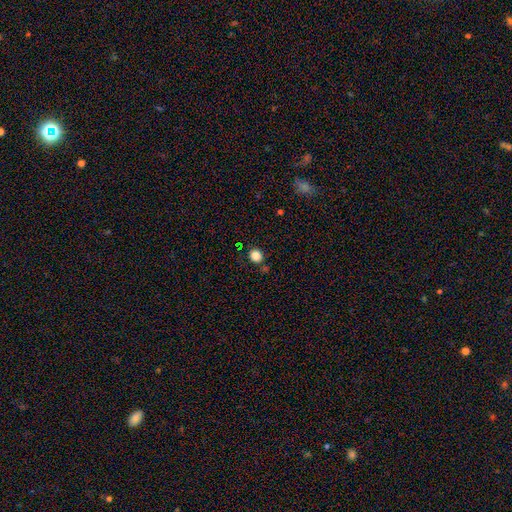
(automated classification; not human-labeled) A smooth galaxy with no disk features (83%) that is round (79%).

Vote fractions:
- Smooth or featured? smooth: 83% / star or artifact: 13% / featured or disk: 4%
- How rounded? round: 79% / in between: 20% / cigar-shaped: 1%
- Merging? none: 82% / minor disturbance: 9% / merger: 6% / major disturbance: 3%